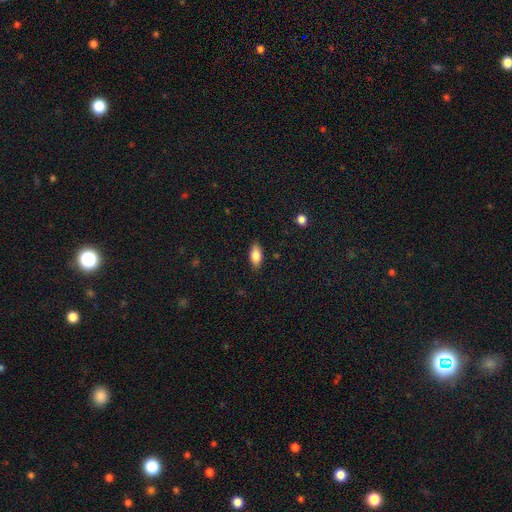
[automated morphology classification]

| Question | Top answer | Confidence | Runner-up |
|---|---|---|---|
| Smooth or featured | smooth | 82% | featured or disk (11%) |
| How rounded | in between | 89% | cigar-shaped (8%) |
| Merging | none | 87% | minor disturbance (10%) |